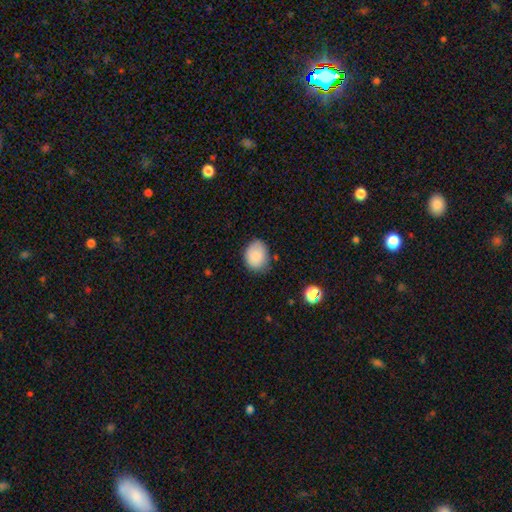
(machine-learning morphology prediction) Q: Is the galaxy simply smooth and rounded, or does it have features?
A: smooth — 85%.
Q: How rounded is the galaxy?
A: in between — 54%.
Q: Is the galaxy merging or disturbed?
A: none — 71%.